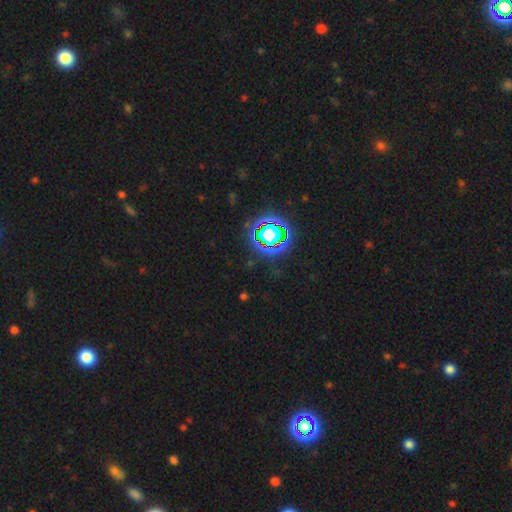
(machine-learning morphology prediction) smooth-or-featured: star or artifact: 80% | smooth: 13% | featured or disk: 7%